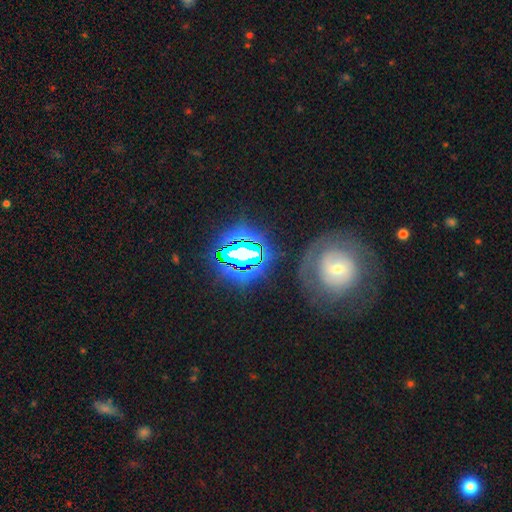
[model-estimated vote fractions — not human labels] The model was most divided on "smooth or featured": star or artifact: 53%, featured or disk: 28%, smooth: 19%.